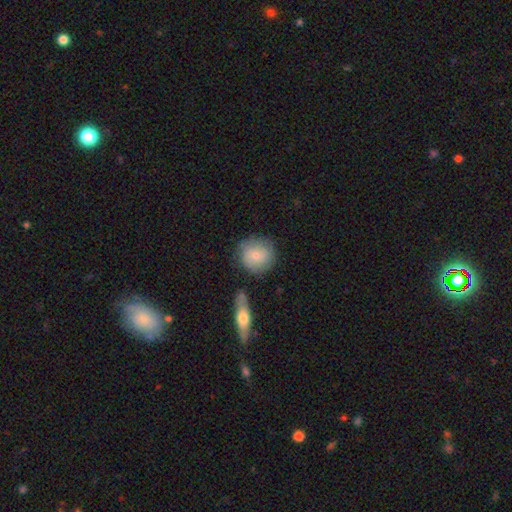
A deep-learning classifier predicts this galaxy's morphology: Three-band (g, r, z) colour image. It shows a smooth galaxy with no disk features (74%) that is round (90%). Merging: none (74%).